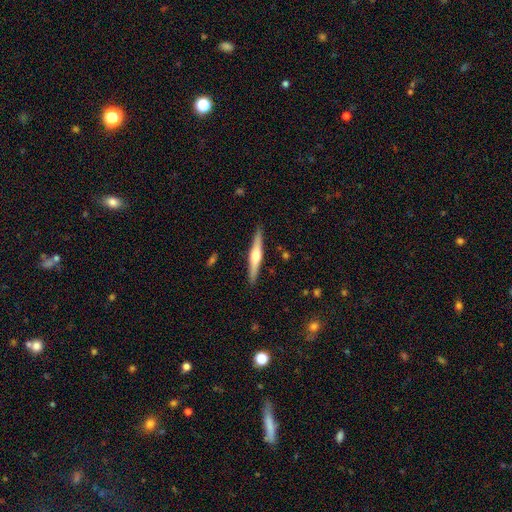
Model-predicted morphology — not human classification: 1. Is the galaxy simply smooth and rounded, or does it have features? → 64% featured or disk, 31% smooth, 5% star or artifact.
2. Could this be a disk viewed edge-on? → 97% yes, 3% no.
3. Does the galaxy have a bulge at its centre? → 90% rounded, 6% boxy, 4% none.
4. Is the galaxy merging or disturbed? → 90% none, 7% minor disturbance, 1% major disturbance, 1% merger.